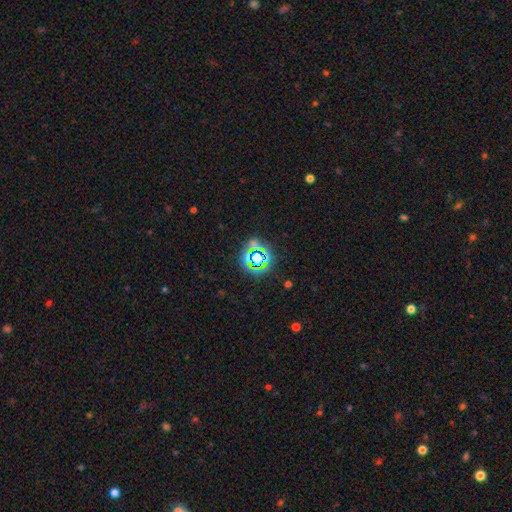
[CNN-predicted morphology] smooth_or_featured: star or artifact (p=0.61) [alt: smooth p=0.27]